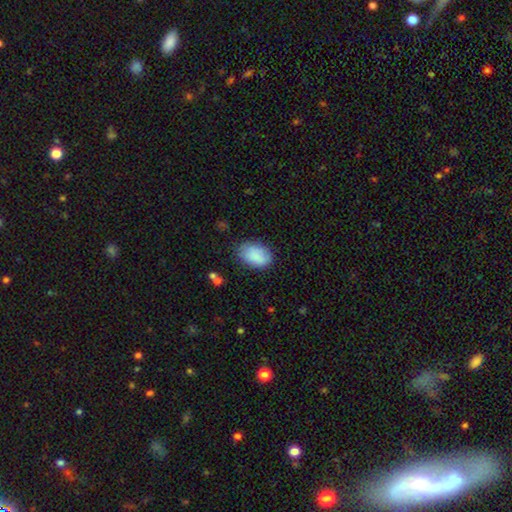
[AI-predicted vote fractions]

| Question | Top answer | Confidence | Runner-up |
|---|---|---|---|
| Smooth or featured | smooth | 87% | star or artifact (7%) |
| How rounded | in between | 87% | round (12%) |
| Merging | none | 75% | minor disturbance (19%) |